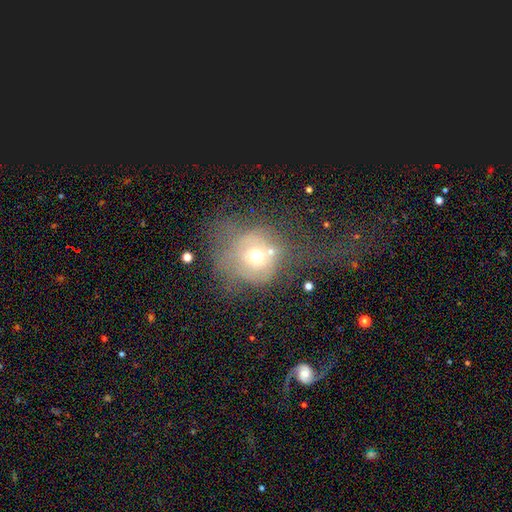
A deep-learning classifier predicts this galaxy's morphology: A smooth galaxy with no disk features (49%). Merging: major disturbance (41%).